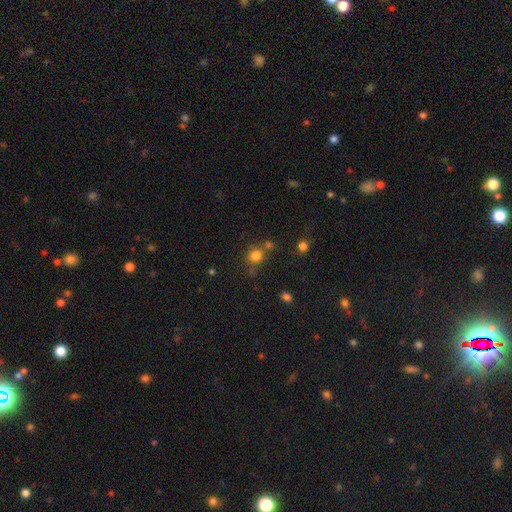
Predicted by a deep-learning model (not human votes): Morphology: type=smooth (79%); roundness=round (84%); merging=none (65%).